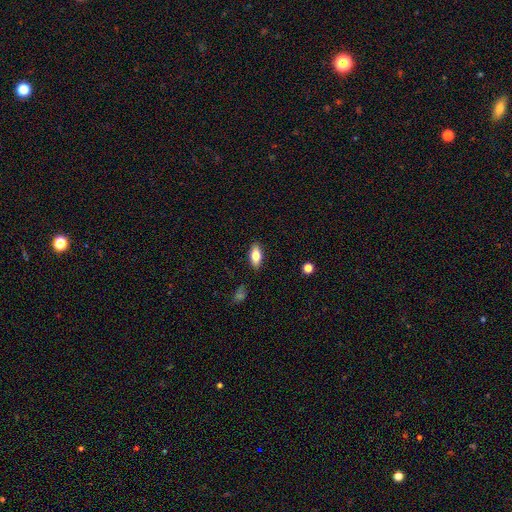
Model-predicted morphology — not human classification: smooth_or_featured: smooth (p=0.76) [alt: featured or disk p=0.17]
how_rounded: in between (p=0.85) [alt: cigar-shaped p=0.11]
merging: none (p=0.87) [alt: minor disturbance p=0.09]